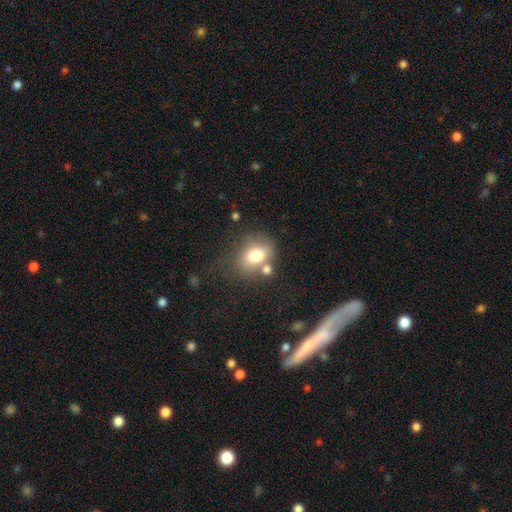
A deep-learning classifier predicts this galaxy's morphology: Smooth or featured: smooth — 74% (featured or disk — 15%)
How rounded: in between — 63% (round — 35%)
Merging: none — 48% (merger — 23%)